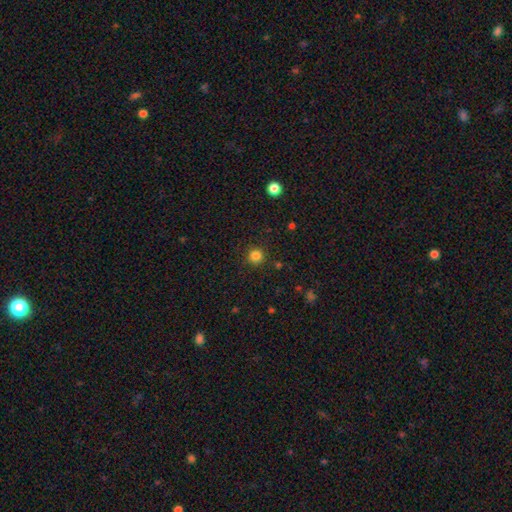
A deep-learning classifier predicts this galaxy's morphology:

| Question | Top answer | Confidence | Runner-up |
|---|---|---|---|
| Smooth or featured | smooth | 83% | star or artifact (13%) |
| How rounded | round | 94% | in between (5%) |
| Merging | none | 91% | minor disturbance (6%) |